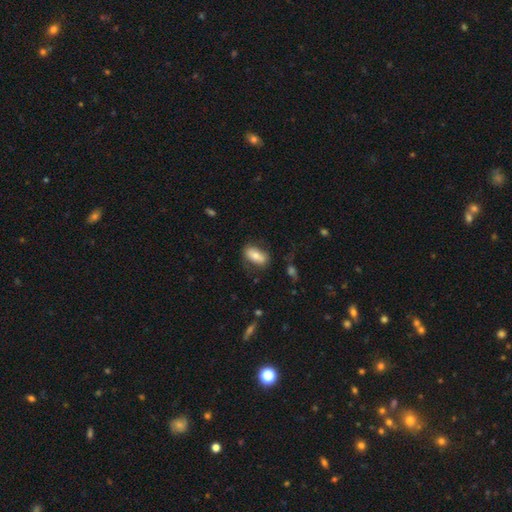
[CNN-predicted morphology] type=smooth (70%); roundness=in between (86%); merging=none (71%).